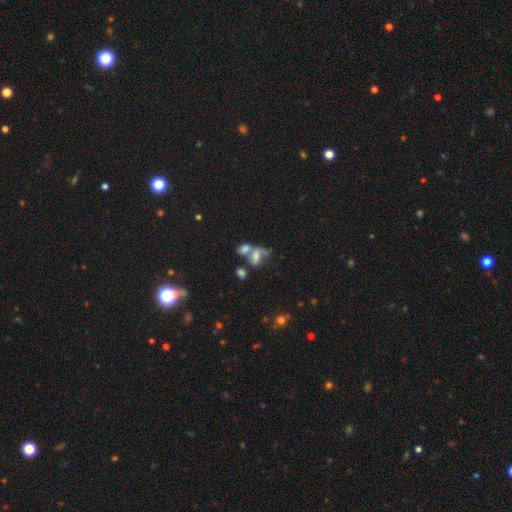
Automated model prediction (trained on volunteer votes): Overall: smooth (45%; featured or disk 40%). Merging: merger (54%; none 21%).